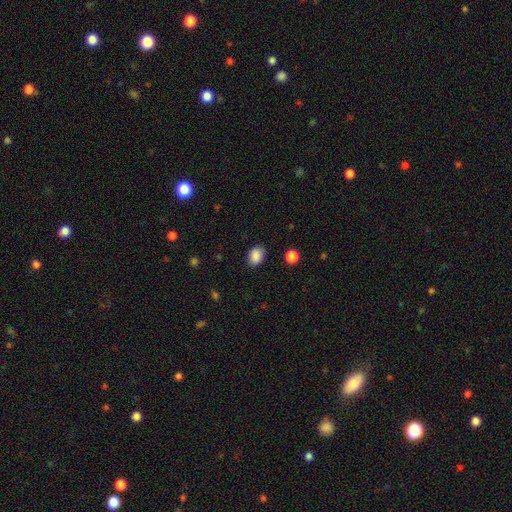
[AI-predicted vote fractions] Q: Smooth or featured?
A: smooth (88%); runner-up: star or artifact (8%)
Q: How rounded?
A: in between (73%); runner-up: round (26%)
Q: Merging?
A: none (82%); runner-up: minor disturbance (14%)